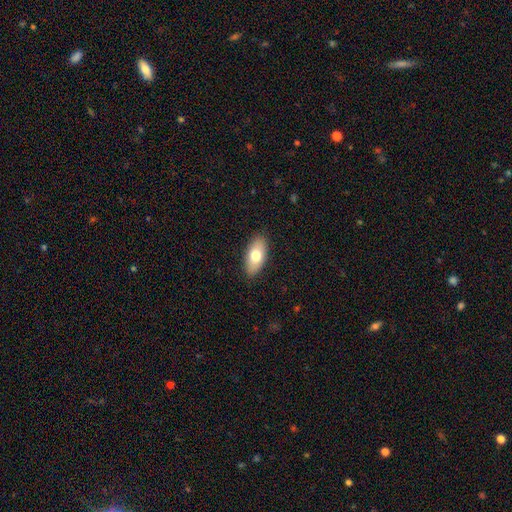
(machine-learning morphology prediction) Overall: smooth (73%). How rounded: in between (90%). Merging: none (88%).